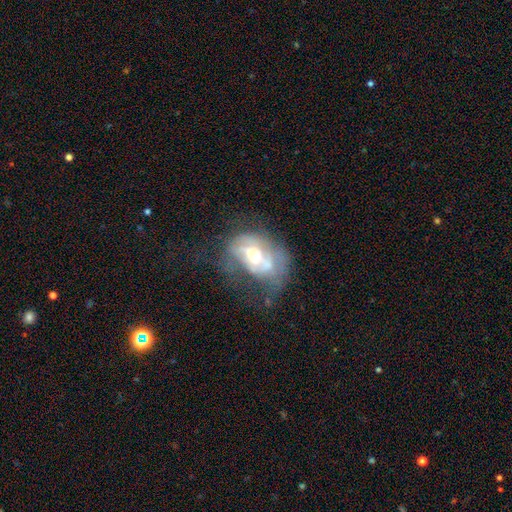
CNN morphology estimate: The model was most divided on "spiral arms": yes: 52%, no: 48%. Remaining: edge-on disk — no (95%); smooth or featured — featured or disk (66%); bulge size — moderate (66%); bar — no (59%); merging — major disturbance (37%).